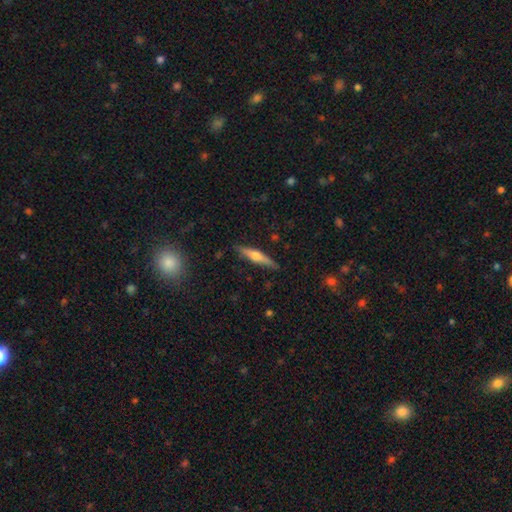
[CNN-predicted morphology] This appears to be a featured or disk galaxy (56%) viewed edge-on (96%) with a rounded central bulge (89%). Merging: none (87%).